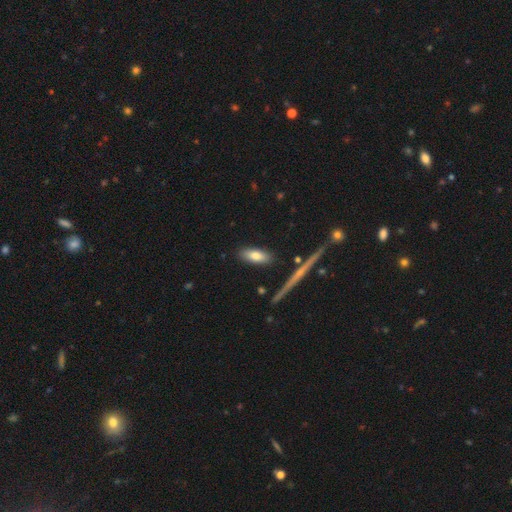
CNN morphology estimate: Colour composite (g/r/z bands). It shows a smooth galaxy with no disk features (77%) that is in between round and cigar-shaped (74%). Merging: none (85%).